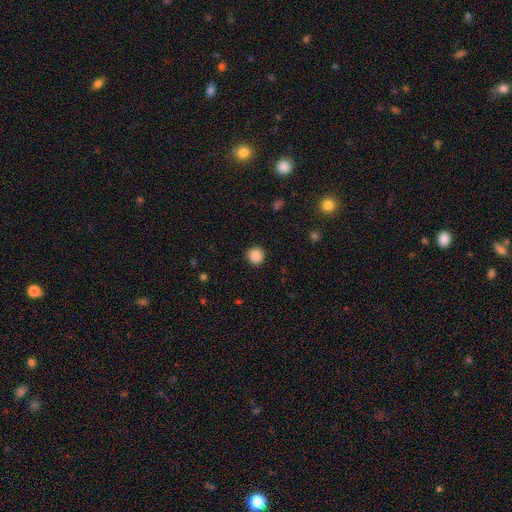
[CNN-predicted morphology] Q: Smooth or featured?
A: smooth (88%); runner-up: star or artifact (9%)
Q: How rounded?
A: round (93%); runner-up: in between (6%)
Q: Merging?
A: none (90%); runner-up: minor disturbance (7%)